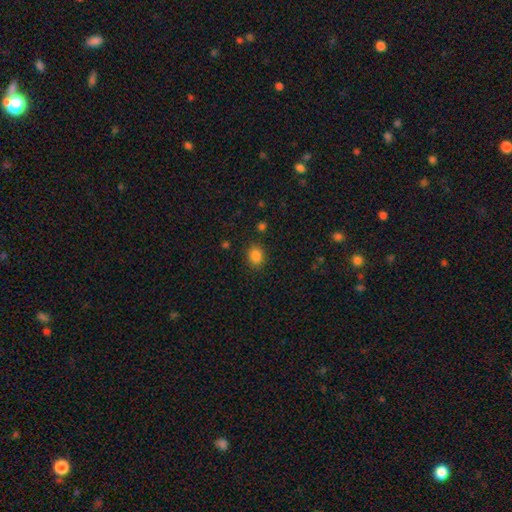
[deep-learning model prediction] smooth 84%, star or artifact 11%, featured or disk 4%. Down the decision tree: how rounded — round (54%); merging — none (86%).